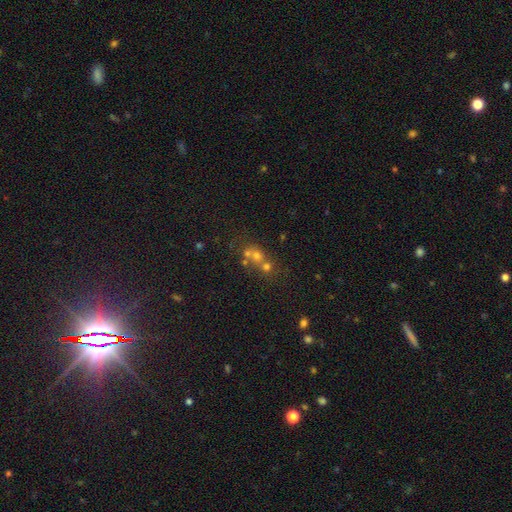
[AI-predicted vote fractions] smooth 47%, star or artifact 31%, featured or disk 22%. Down the decision tree: merging — merger (50%).